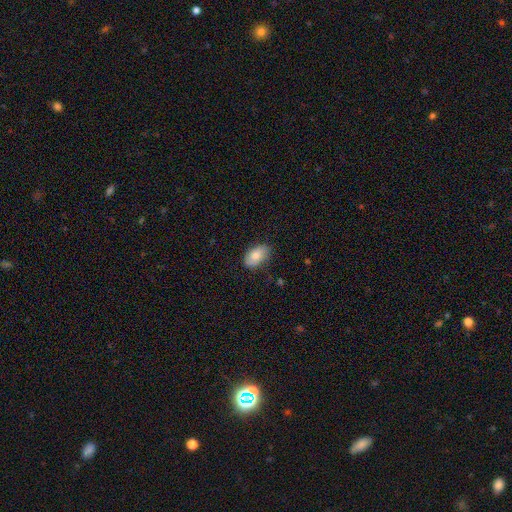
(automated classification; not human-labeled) smooth_or_featured: smooth (p=0.79) [alt: featured or disk p=0.14]
how_rounded: in between (p=0.93) [alt: round p=0.05]
merging: none (p=0.80) [alt: minor disturbance p=0.16]